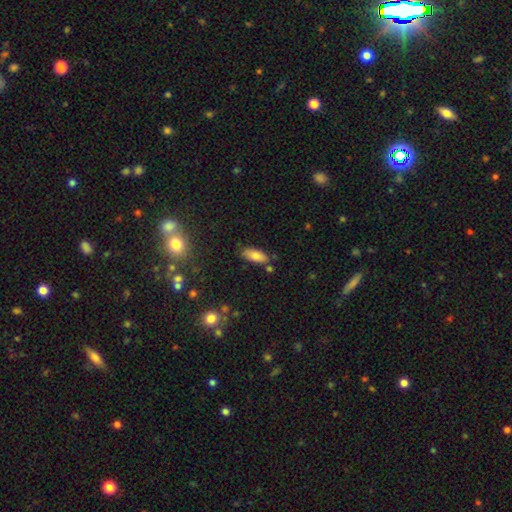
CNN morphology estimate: Overall: smooth (80%). How rounded: in between (83%). Merging: none (76%).